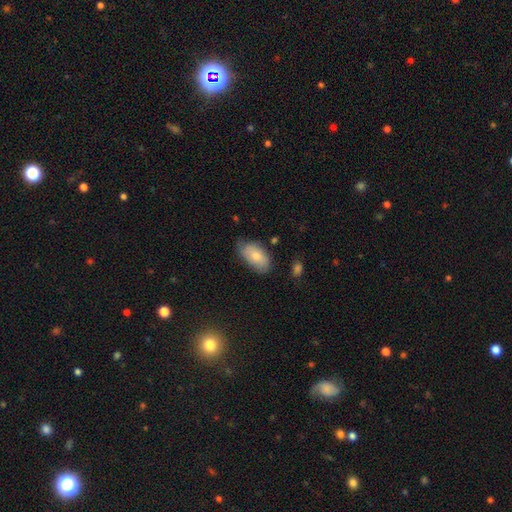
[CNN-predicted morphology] Smooth or featured? smooth (74%)
How rounded? in between (94%)
Merging? none (63%)